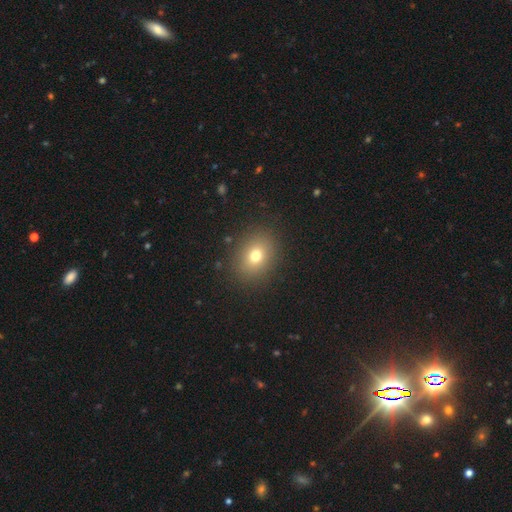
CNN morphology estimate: Overall: smooth (74%). How rounded: round (53%; in between 46%). Merging: none (88%).